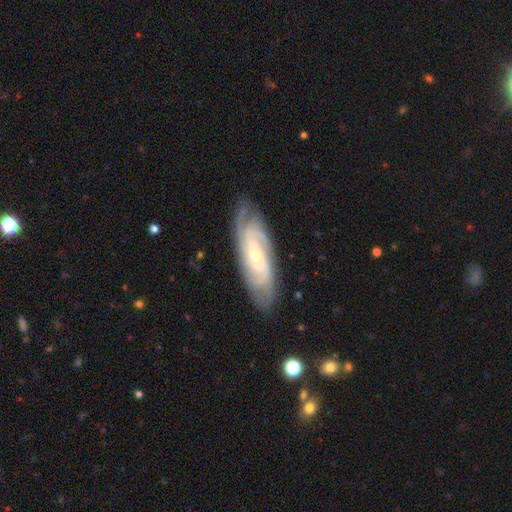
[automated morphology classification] type=featured or disk (85%); edge-on=no (89%); bar=no (60%); spiral arms=yes (97%); winding=tight (70%); arm count=can't tell (30%); bulge=small (72%); merging=none (81%).